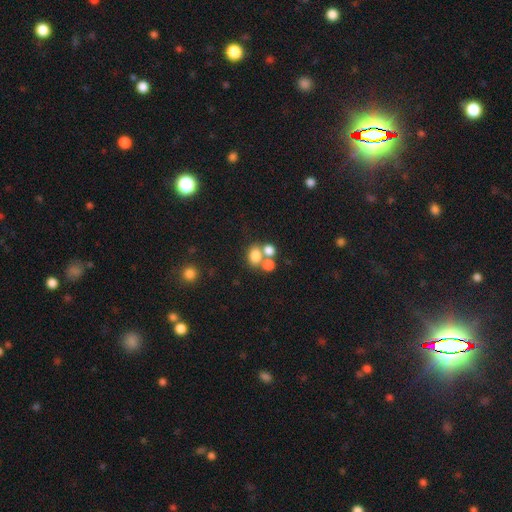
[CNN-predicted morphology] type=smooth (74%); roundness=round (55%); merging=merger (46%).